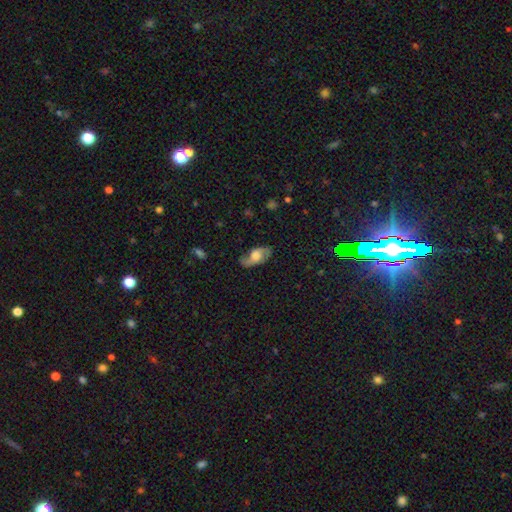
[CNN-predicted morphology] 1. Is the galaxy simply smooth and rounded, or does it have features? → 63% featured or disk, 30% smooth, 7% star or artifact.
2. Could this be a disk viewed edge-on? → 87% no, 13% yes.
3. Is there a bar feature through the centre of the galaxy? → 64% no, 30% weak, 6% strong.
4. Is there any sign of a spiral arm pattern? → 84% yes, 16% no.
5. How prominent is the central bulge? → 50% large, 29% moderate, 8% small, 7% none, 5% dominant.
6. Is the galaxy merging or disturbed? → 72% none, 19% minor disturbance, 8% major disturbance, 2% merger.